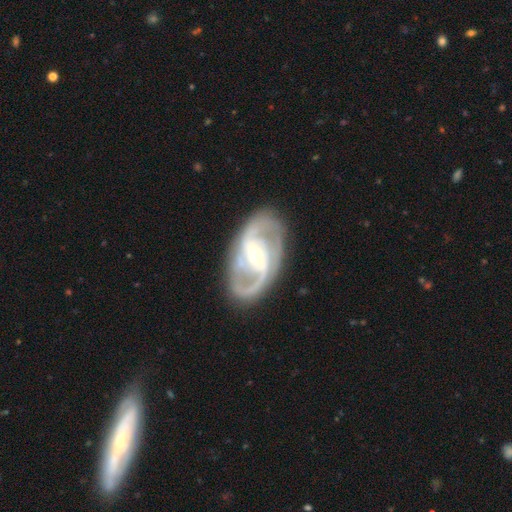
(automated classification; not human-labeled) Smooth or featured: featured or disk — 89% (smooth — 7%)
Edge-on disk: no — 96% (yes — 4%)
Bar: weak — 43% (strong — 31%)
Spiral arms: yes — 95% (no — 5%)
Spiral winding: medium — 52% (tight — 30%)
Spiral arm count: 2 — 80% (3 — 7%)
Bulge size: moderate — 53% (small — 42%)
Merging: none — 80% (minor disturbance — 13%)